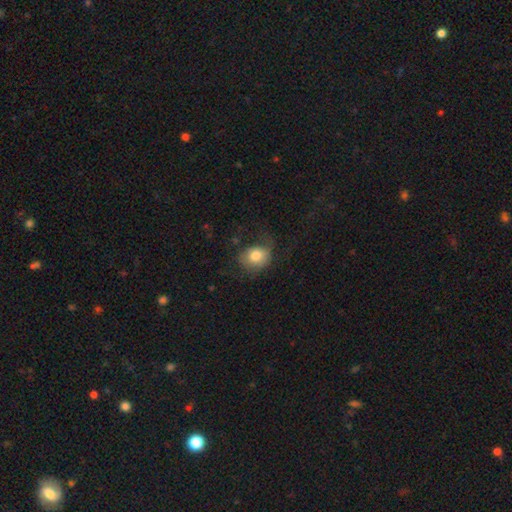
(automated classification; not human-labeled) smooth_or_featured: smooth (p=0.78) [alt: featured or disk p=0.14]
how_rounded: round (p=0.55) [alt: in between p=0.44]
merging: none (p=0.51) [alt: minor disturbance p=0.26]